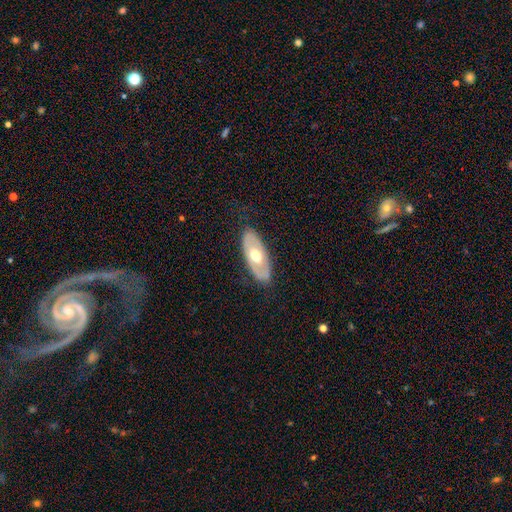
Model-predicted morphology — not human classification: A featured or disk galaxy (53%). Merging: none (82%).